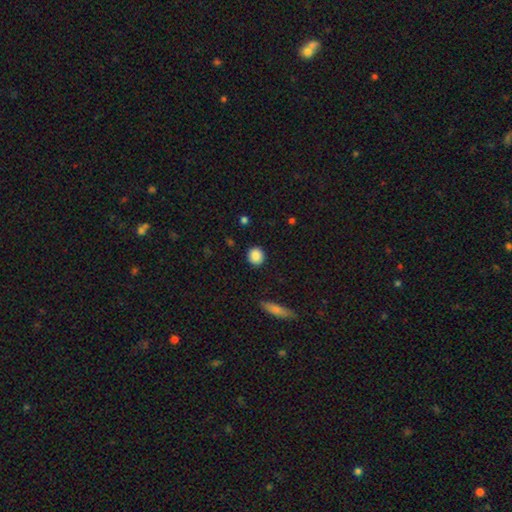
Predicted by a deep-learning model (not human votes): This appears to be a smooth galaxy with no disk features (88%) that is round (86%). Merging: none (89%).